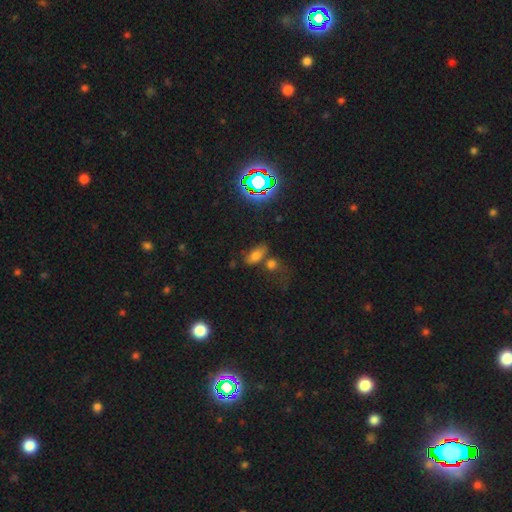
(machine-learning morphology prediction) A smooth galaxy with no disk features (64%) that is in between round and cigar-shaped (84%).

Vote fractions:
- Smooth or featured? smooth: 64% / star or artifact: 23% / featured or disk: 13%
- How rounded? in between: 84% / round: 9% / cigar-shaped: 7%
- Merging? none: 53% / merger: 23% / minor disturbance: 16% / major disturbance: 8%